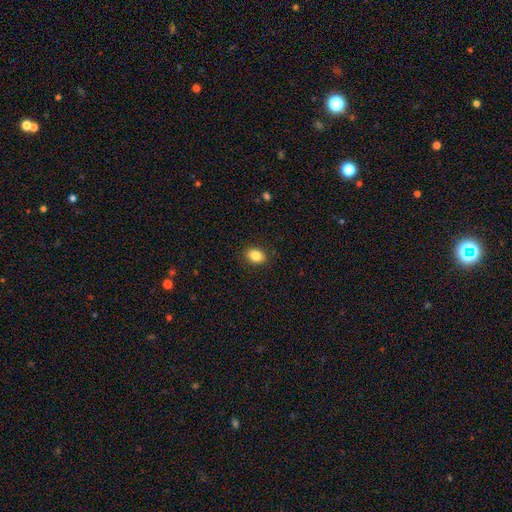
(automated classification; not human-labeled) This is clearly a smooth galaxy (86%). How rounded: likely in between (73%). Merging: clearly none (89%).